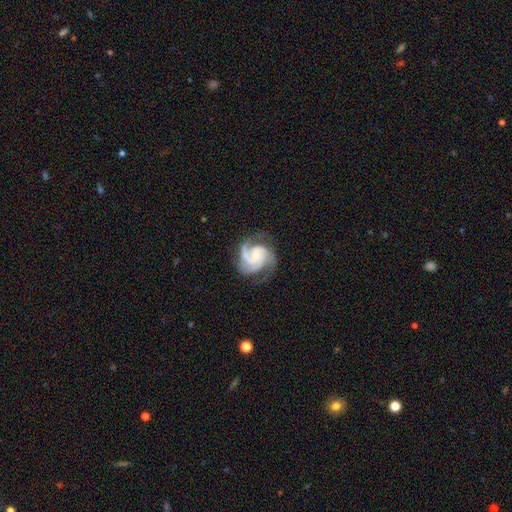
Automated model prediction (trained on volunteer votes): This appears to be a featured or disk galaxy (91%) with no bar (61%), 3 (55%) tight (48%) spiral arms (98%) and a small central bulge (55%). Merging: none (70%).